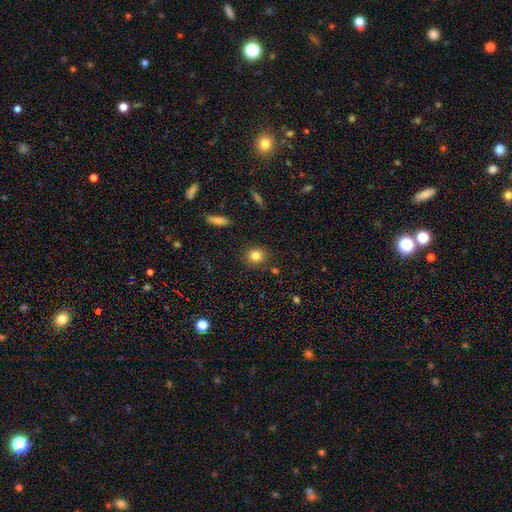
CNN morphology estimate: Smooth or featured? smooth (83%)
How rounded? round (78%)
Merging? none (85%)